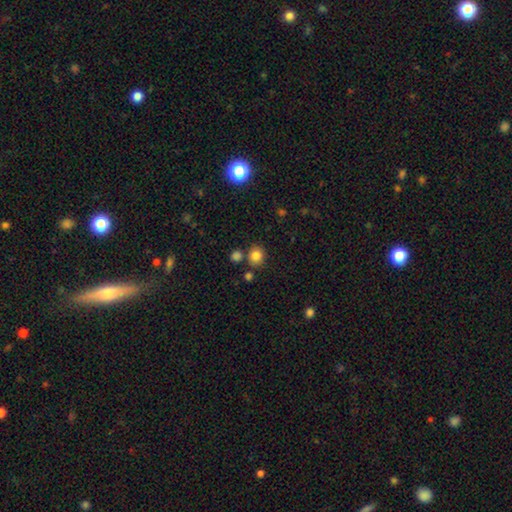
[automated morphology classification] smooth-or-featured: smooth: 83% | star or artifact: 12% | featured or disk: 5%
  how-rounded: round: 80% | in between: 19% | cigar-shaped: 1%
  merging: none: 77% | minor disturbance: 10% | merger: 10% | major disturbance: 3%